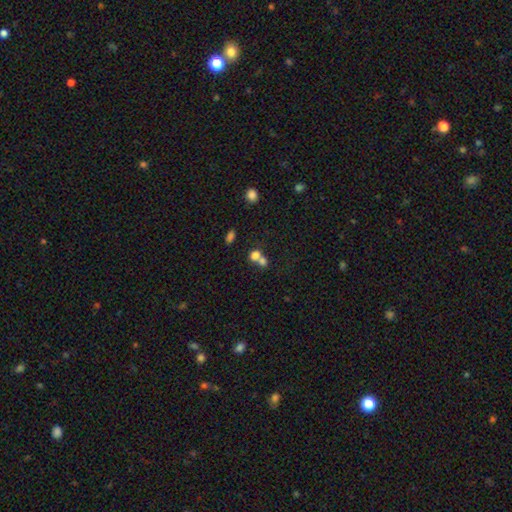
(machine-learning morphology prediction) Smooth or featured? smooth (75%)
How rounded? round (64%)
Merging? merger (60%)